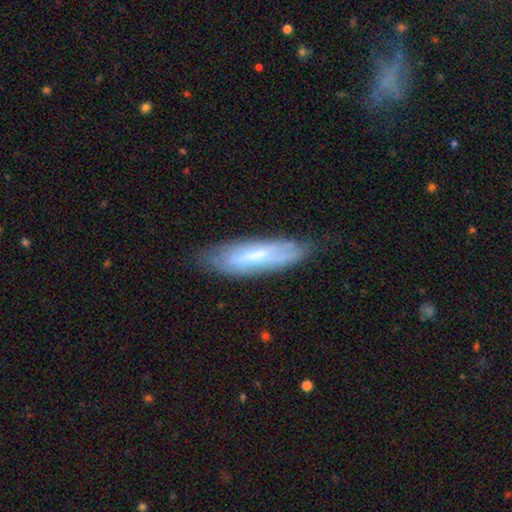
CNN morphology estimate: A featured or disk galaxy (48%). Merging: none (71%).